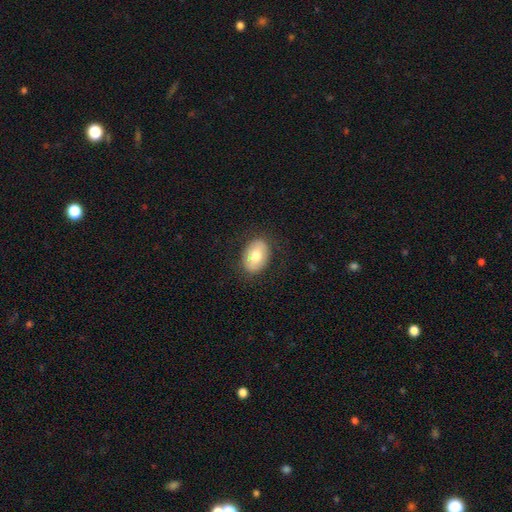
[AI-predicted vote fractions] Overall: smooth (73%). How rounded: in between (82%). Merging: none (84%).